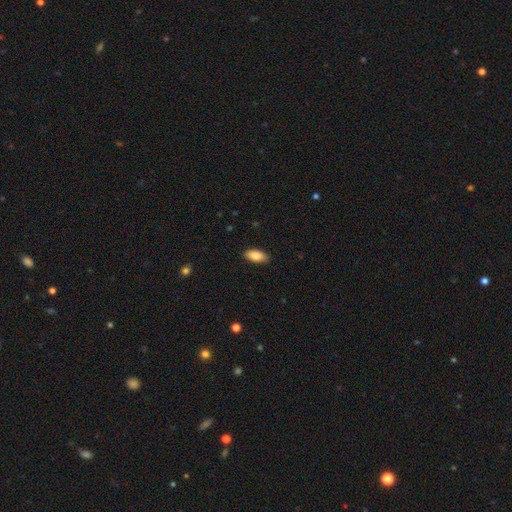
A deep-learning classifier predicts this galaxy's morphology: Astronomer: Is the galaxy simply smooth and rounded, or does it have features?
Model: smooth — 88%.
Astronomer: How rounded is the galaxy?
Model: in between — 91%.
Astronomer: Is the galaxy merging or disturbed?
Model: none — 85%.